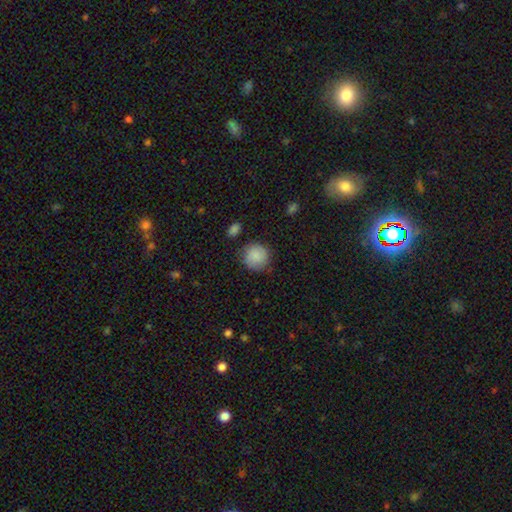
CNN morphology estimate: Smooth or featured? smooth (86%)
How rounded? round (90%)
Merging? none (80%)